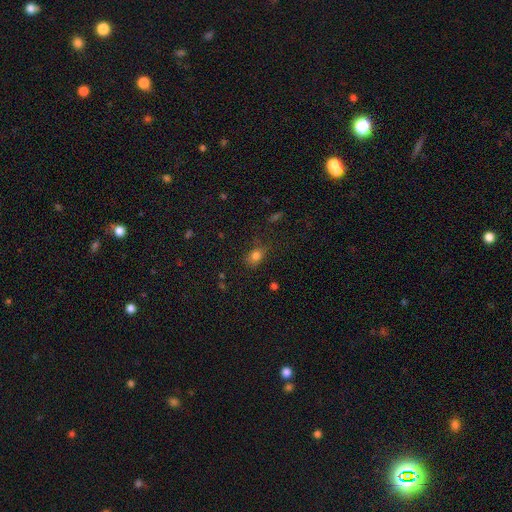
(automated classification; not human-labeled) Q: Smooth or featured?
A: smooth (78%); runner-up: star or artifact (15%)
Q: How rounded?
A: in between (59%); runner-up: round (39%)
Q: Merging?
A: none (69%); runner-up: minor disturbance (21%)